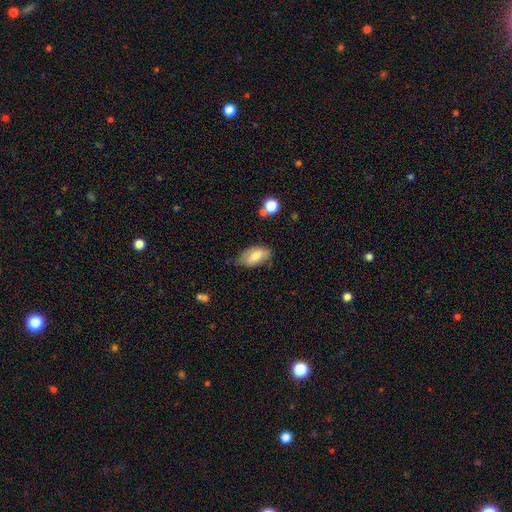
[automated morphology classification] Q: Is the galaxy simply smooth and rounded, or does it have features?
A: smooth — 69%.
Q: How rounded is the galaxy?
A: in between — 92%.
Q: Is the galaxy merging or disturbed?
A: none — 62%.